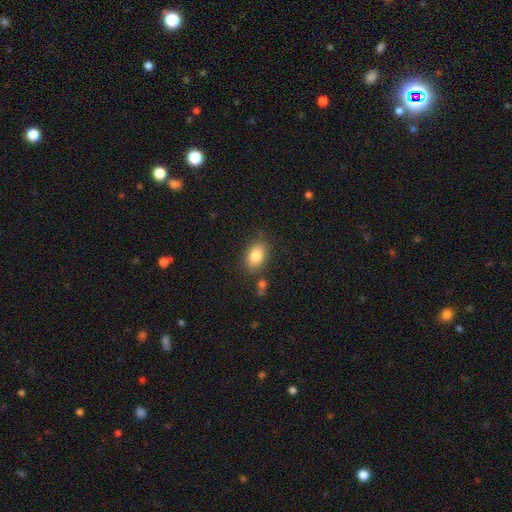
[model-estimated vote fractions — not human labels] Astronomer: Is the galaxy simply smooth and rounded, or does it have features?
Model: smooth — 83%.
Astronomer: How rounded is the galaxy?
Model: in between — 82%.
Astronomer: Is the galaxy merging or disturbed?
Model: none — 78%.